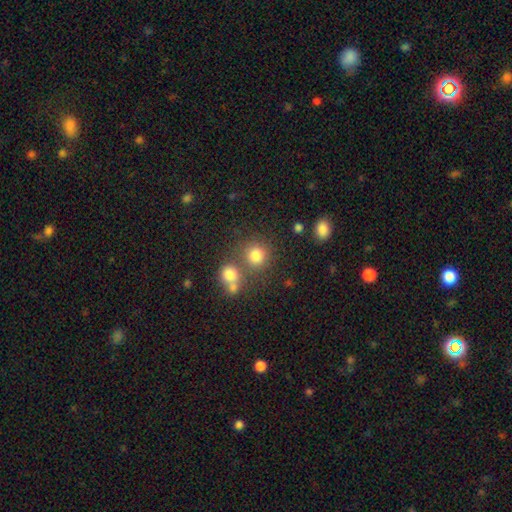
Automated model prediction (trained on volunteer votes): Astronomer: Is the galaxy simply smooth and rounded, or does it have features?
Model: smooth — 79%.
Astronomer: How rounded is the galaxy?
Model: round — 88%.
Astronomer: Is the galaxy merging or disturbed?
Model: none — 66%.